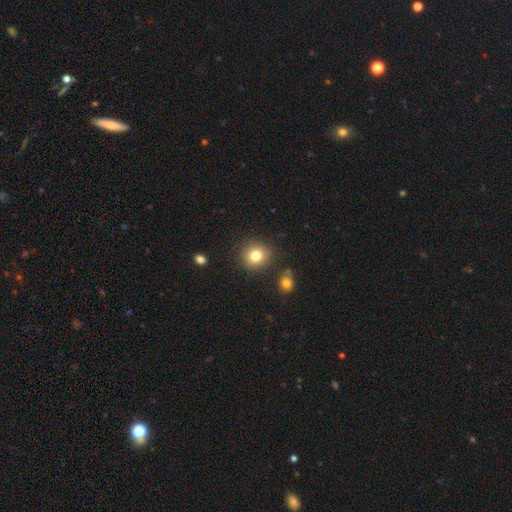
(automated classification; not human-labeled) This appears to be a smooth galaxy with no disk features (80%) that is round (90%). Merging: none (86%).